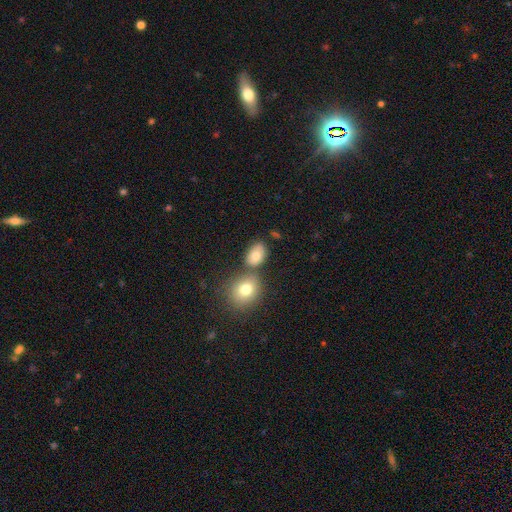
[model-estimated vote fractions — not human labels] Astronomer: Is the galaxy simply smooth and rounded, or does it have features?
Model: smooth — 78%.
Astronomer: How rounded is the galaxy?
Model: in between — 76%.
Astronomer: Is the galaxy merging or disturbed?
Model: none — 63%.